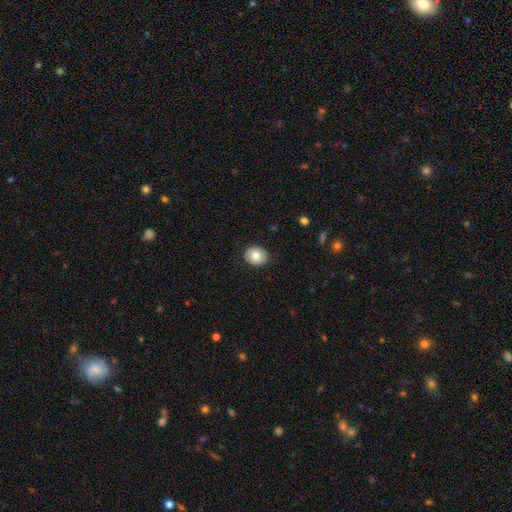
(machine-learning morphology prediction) Smooth or featured? smooth (78%)
How rounded? round (61%)
Merging? none (90%)